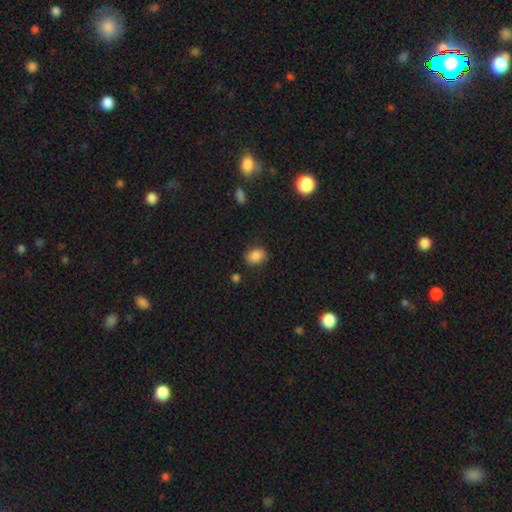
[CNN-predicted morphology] smooth 84%, star or artifact 9%, featured or disk 6%. Down the decision tree: how rounded — in between (62%); merging — none (78%).